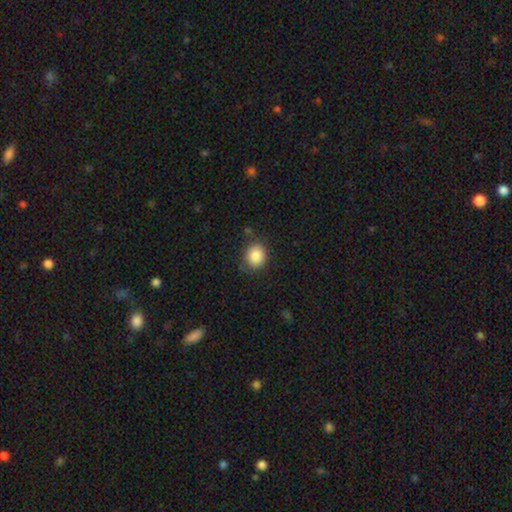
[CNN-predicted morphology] Smooth or featured? smooth (86%)
How rounded? round (71%)
Merging? none (79%)